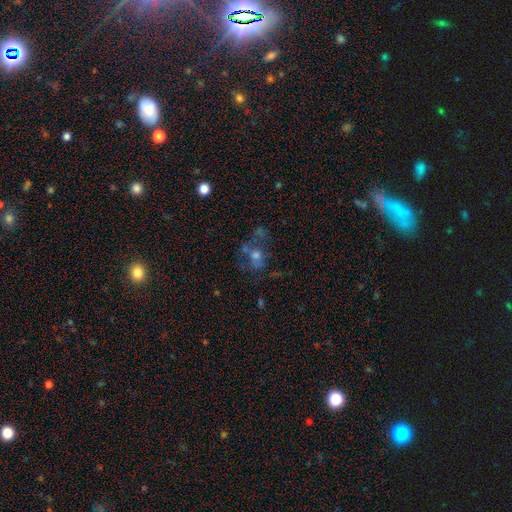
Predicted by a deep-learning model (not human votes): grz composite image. It shows a featured or disk galaxy (39%). Merging: none (47%).